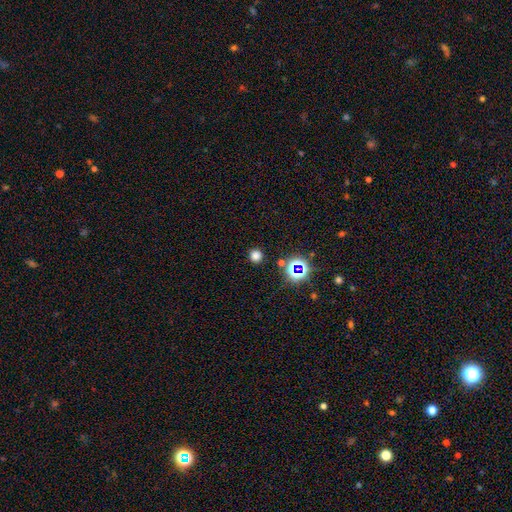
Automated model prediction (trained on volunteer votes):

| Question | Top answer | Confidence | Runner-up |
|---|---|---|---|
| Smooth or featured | smooth | 72% | star or artifact (23%) |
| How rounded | round | 93% | in between (6%) |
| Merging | none | 89% | minor disturbance (6%) |